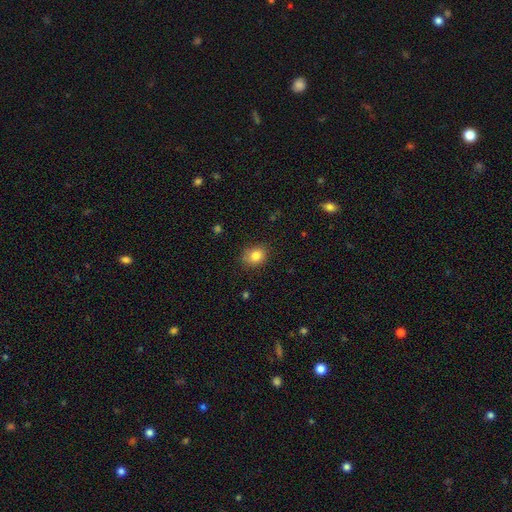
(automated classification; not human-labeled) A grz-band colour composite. It shows a smooth galaxy with no disk features (83%) that is round (57%). Merging: none (82%).